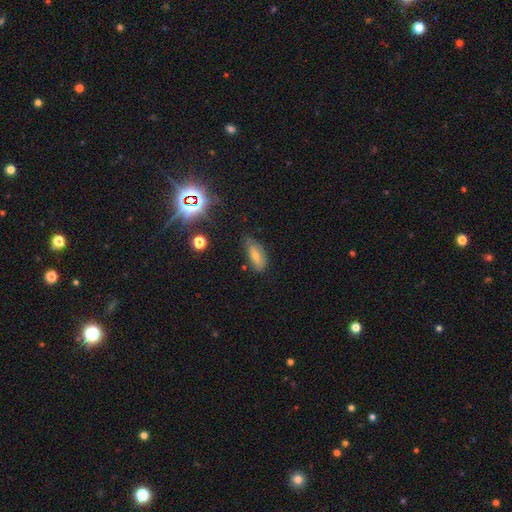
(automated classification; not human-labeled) This is likely a smooth galaxy (63%). How rounded: clearly in between (81%). Merging: possibly none (58%).